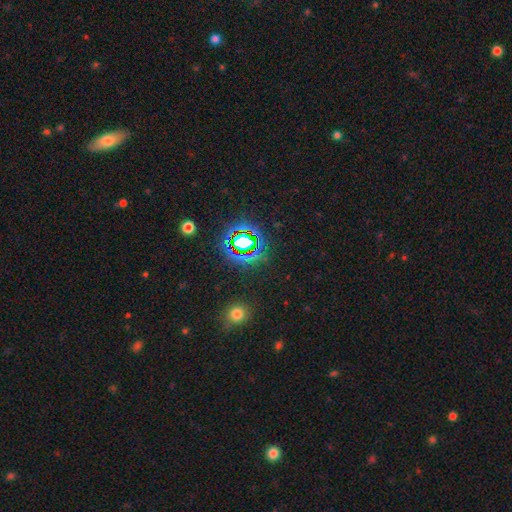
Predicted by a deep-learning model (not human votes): Smooth or featured? star or artifact (64%)